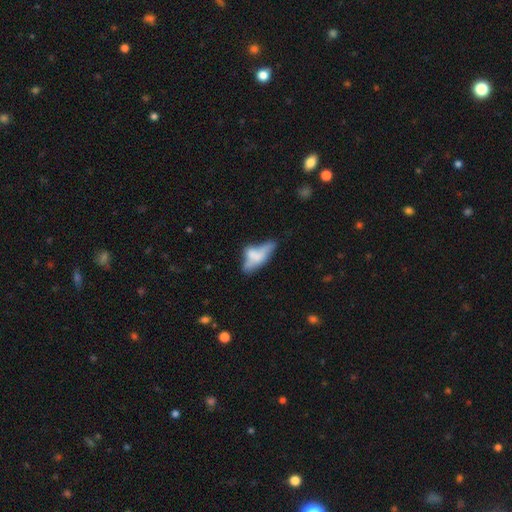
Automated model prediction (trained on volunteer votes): A smooth galaxy with no disk features (52%) that is in between round and cigar-shaped (64%).

Vote fractions:
- Smooth or featured? smooth: 52% / featured or disk: 38% / star or artifact: 10%
- How rounded? in between: 64% / cigar-shaped: 31% / round: 5%
- Merging? none: 31% / merger: 28% / minor disturbance: 21% / major disturbance: 20%